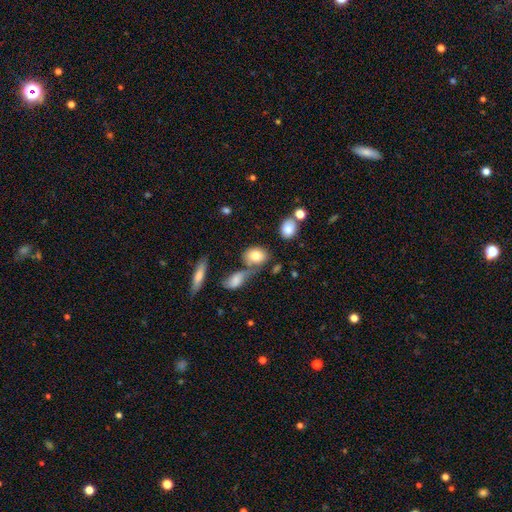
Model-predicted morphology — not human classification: A smooth galaxy with no disk features (80%) that is in between round and cigar-shaped (70%).

Vote fractions:
- Smooth or featured? smooth: 80% / featured or disk: 12% / star or artifact: 8%
- How rounded? in between: 70% / round: 28% / cigar-shaped: 2%
- Merging? none: 56% / merger: 22% / minor disturbance: 16% / major disturbance: 7%